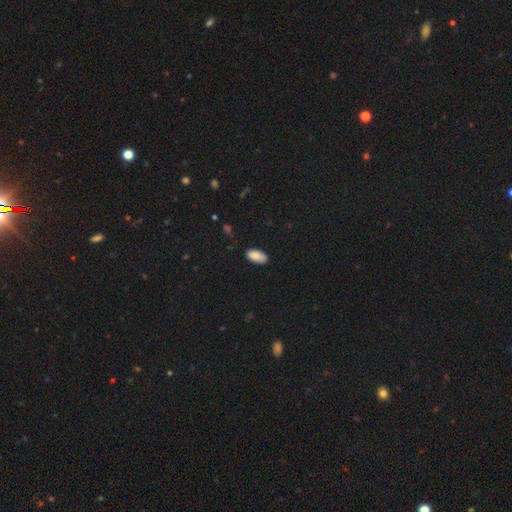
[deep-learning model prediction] smooth 88%, star or artifact 7%, featured or disk 5%. Down the decision tree: how rounded — in between (94%); merging — none (83%).